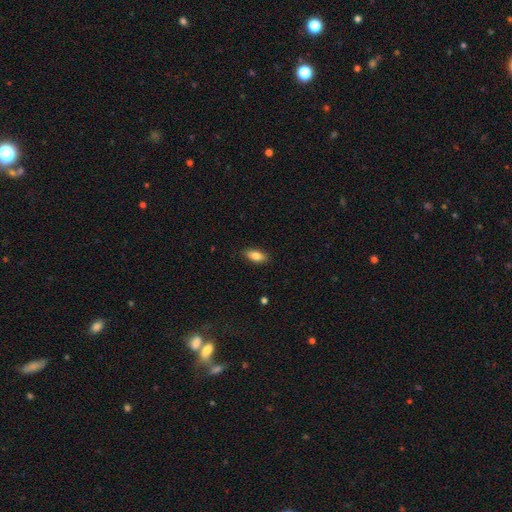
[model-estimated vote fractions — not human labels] smooth_or_featured: smooth (p=0.82) [alt: featured or disk p=0.11]
how_rounded: in between (p=0.83) [alt: cigar-shaped p=0.15]
merging: none (p=0.88) [alt: minor disturbance p=0.09]